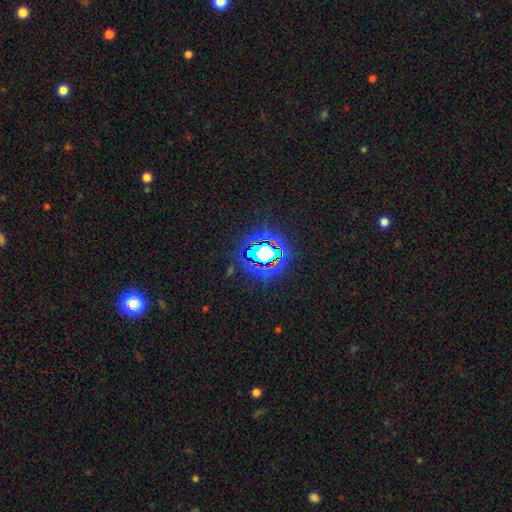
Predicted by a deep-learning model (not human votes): Morphology: type=star or artifact (77%).